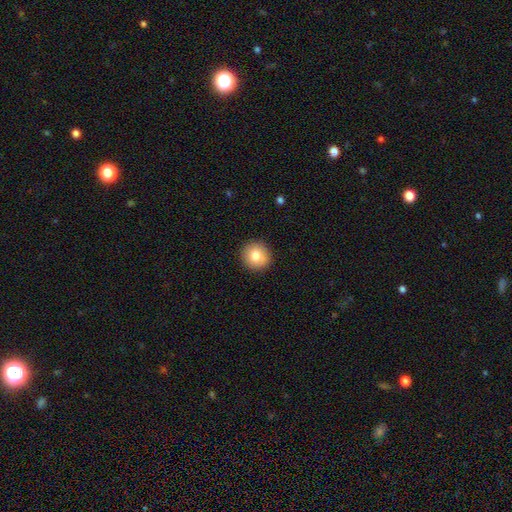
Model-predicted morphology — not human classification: Smooth or featured: smooth — 82% (featured or disk — 9%)
How rounded: round — 93% (in between — 6%)
Merging: none — 92% (minor disturbance — 6%)